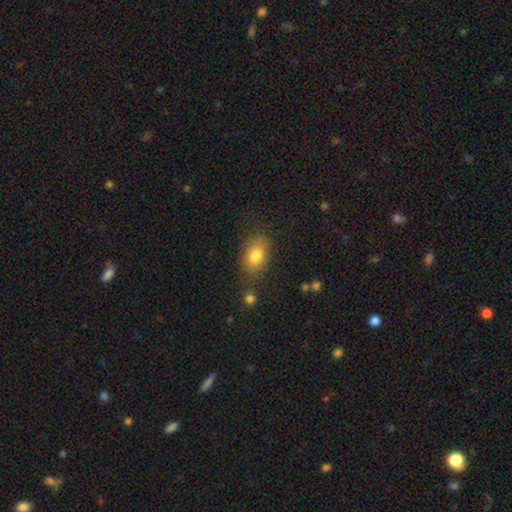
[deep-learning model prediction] This appears to be a smooth galaxy with no disk features (80%) that is in between round and cigar-shaped (79%). Merging: none (71%).